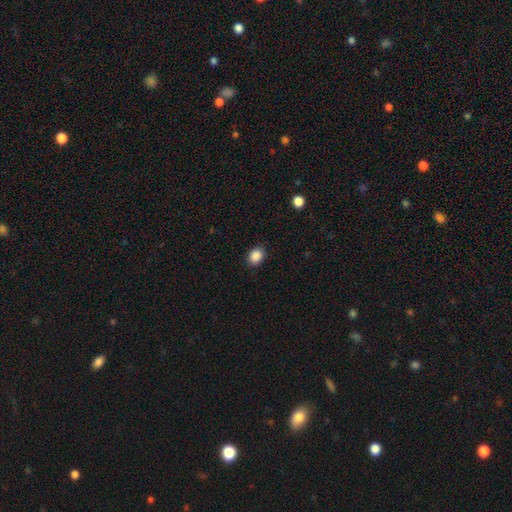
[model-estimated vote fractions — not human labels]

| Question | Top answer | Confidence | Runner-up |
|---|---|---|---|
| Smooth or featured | smooth | 88% | star or artifact (9%) |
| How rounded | round | 51% | in between (48%) |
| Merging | none | 88% | minor disturbance (8%) |